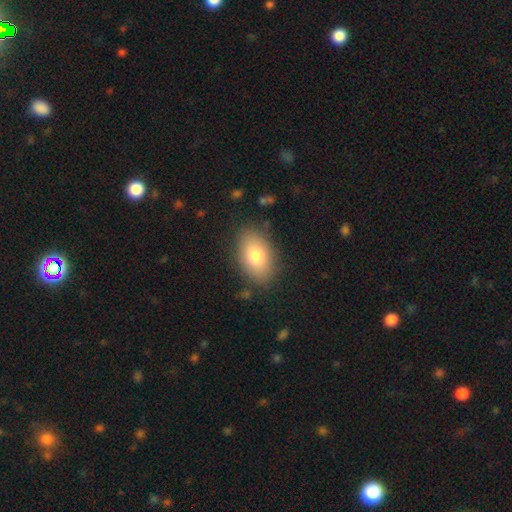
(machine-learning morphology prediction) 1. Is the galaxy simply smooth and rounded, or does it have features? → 78% smooth, 15% featured or disk, 8% star or artifact.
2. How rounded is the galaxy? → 90% in between, 8% round, 2% cigar-shaped.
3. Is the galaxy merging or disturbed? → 85% none, 11% minor disturbance, 3% major disturbance, 1% merger.